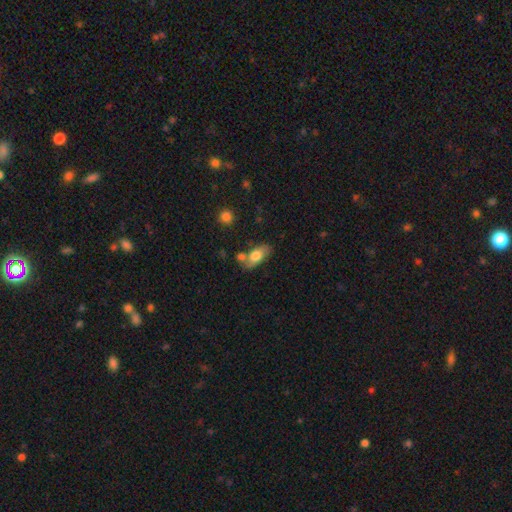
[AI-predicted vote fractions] Smooth or featured? smooth (70%)
How rounded? in between (88%)
Merging? none (58%)